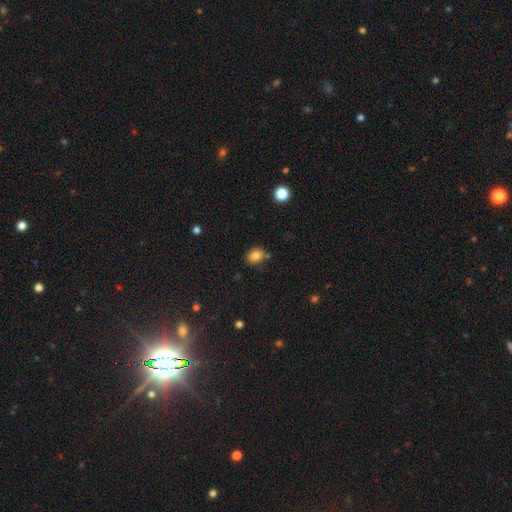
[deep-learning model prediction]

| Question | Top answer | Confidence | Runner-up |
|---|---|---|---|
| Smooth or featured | smooth | 82% | star or artifact (10%) |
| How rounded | in between | 63% | round (35%) |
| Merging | none | 74% | minor disturbance (15%) |